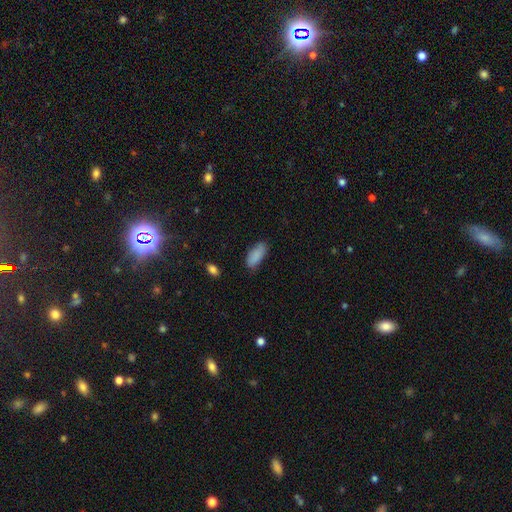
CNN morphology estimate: This is clearly a smooth galaxy (88%). How rounded: clearly in between (84%). Merging: likely none (78%).